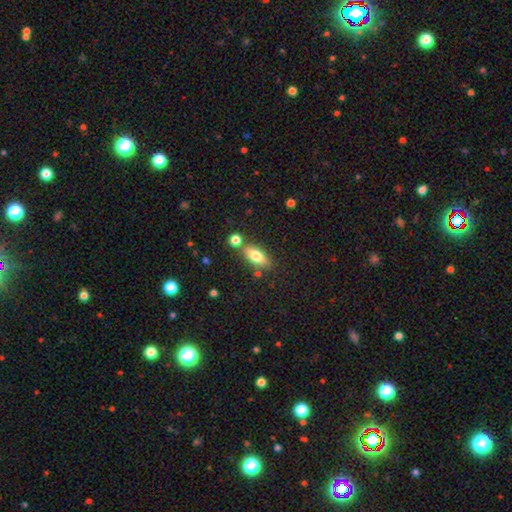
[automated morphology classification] smooth 74%, featured or disk 18%, star or artifact 8%. Down the decision tree: how rounded — in between (78%); merging — none (71%).